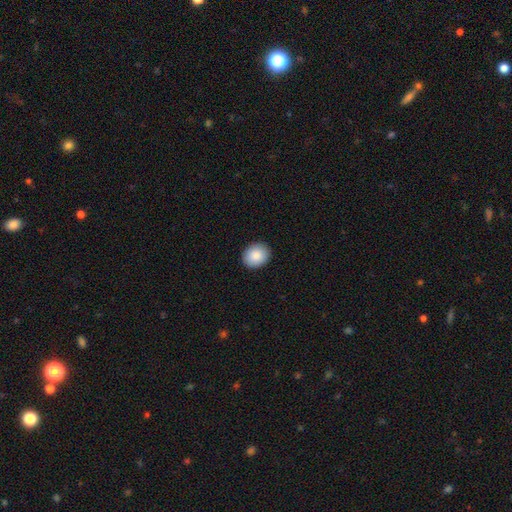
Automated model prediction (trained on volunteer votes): A smooth galaxy with no disk features (88%) that is round (59%).

Vote fractions:
- Smooth or featured? smooth: 88% / star or artifact: 7% / featured or disk: 5%
- How rounded? round: 59% / in between: 40% / cigar-shaped: 1%
- Merging? none: 91% / minor disturbance: 6% / major disturbance: 2% / merger: 1%